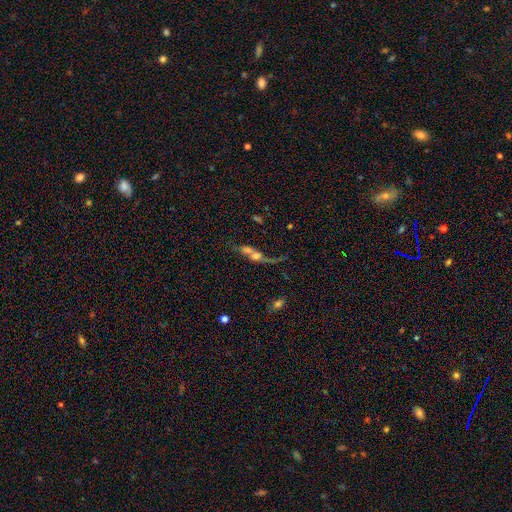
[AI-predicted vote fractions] This is marginally a featured or disk galaxy (44%). Merging: likely merger (60%).